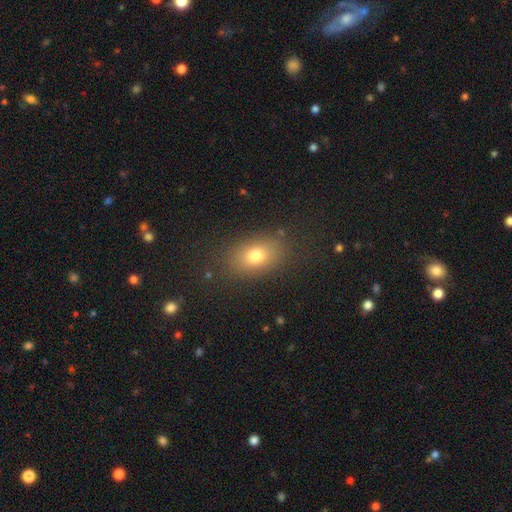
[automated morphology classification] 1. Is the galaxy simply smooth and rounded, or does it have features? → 76% smooth, 13% star or artifact, 11% featured or disk.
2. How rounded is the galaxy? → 79% in between, 19% round, 2% cigar-shaped.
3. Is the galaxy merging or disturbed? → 83% none, 11% minor disturbance, 4% major disturbance, 2% merger.